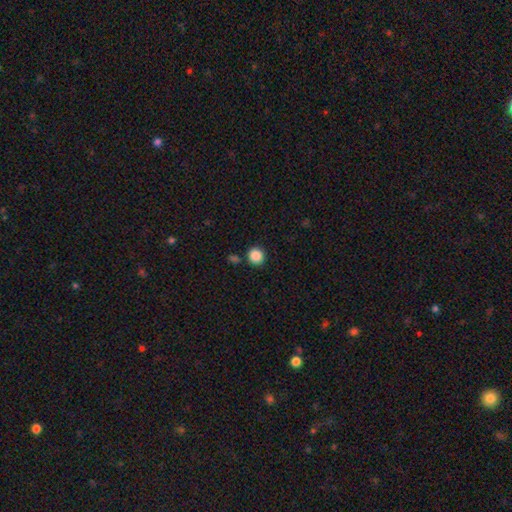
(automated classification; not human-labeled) smooth-or-featured: smooth: 88% | star or artifact: 10% | featured or disk: 3%
  how-rounded: round: 90% | in between: 9% | cigar-shaped: 1%
  merging: none: 85% | minor disturbance: 7% | merger: 5% | major disturbance: 2%